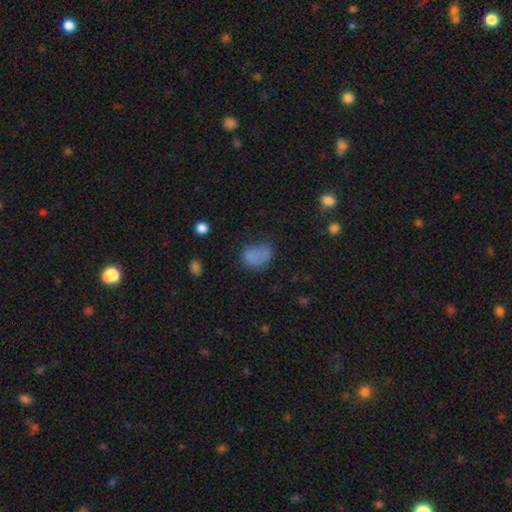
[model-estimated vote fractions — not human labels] The model was most divided on "merging": none: 40%, minor disturbance: 29%, major disturbance: 24%, merger: 8%. More confident: how rounded — in between (74%); smooth or featured — smooth (74%).